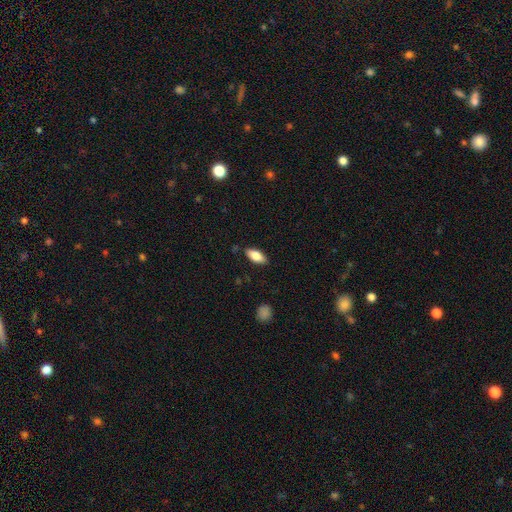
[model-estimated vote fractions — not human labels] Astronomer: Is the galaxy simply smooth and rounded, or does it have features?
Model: smooth — 79%.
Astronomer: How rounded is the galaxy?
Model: in between — 85%.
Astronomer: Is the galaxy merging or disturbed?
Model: none — 85%.